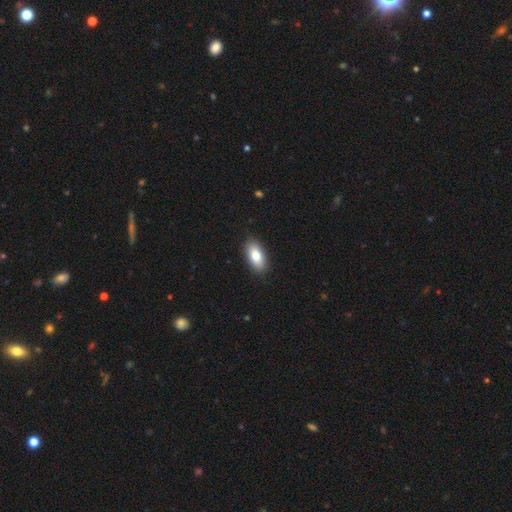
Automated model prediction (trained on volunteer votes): Smooth or featured? smooth (83%)
How rounded? in between (90%)
Merging? none (89%)